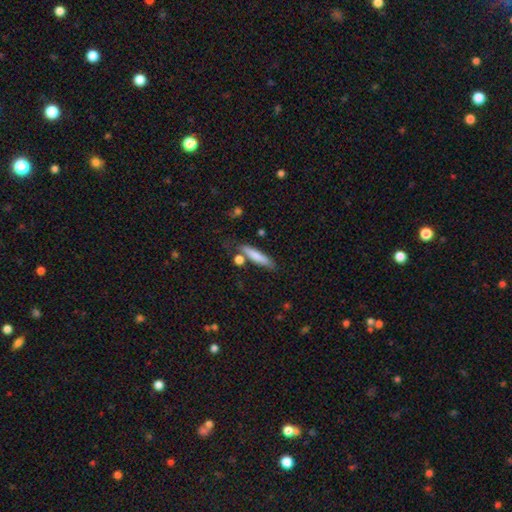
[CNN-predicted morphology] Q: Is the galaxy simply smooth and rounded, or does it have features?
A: smooth — 77%.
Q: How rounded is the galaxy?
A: cigar-shaped — 85%.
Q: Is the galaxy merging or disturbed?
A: none — 72%.